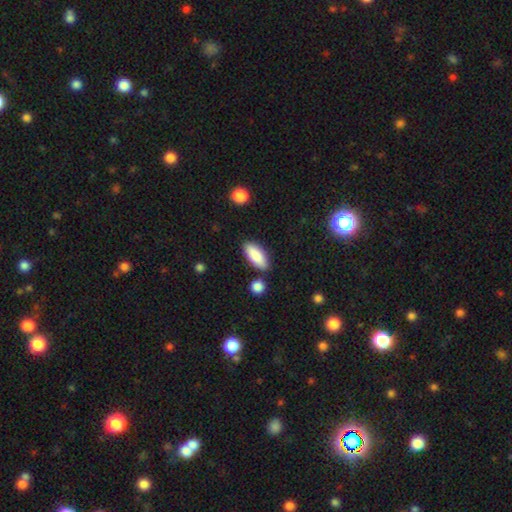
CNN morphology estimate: Smooth or featured: smooth — 87% (featured or disk — 8%)
How rounded: in between — 78% (cigar-shaped — 19%)
Merging: none — 83% (minor disturbance — 10%)